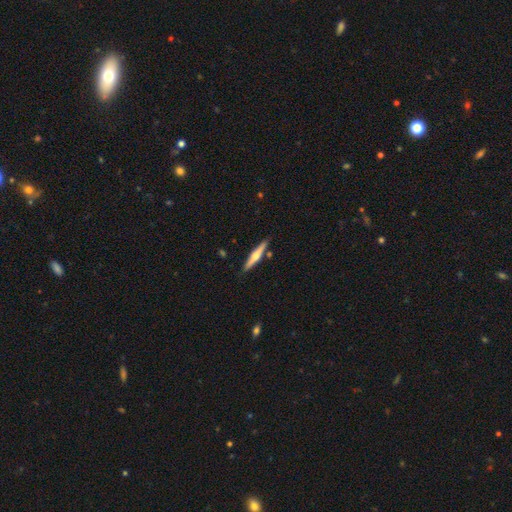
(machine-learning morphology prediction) Smooth or featured? featured or disk (59%)
Edge-on disk? yes (97%)
Edge-on bulge? rounded (89%)
Merging? none (86%)